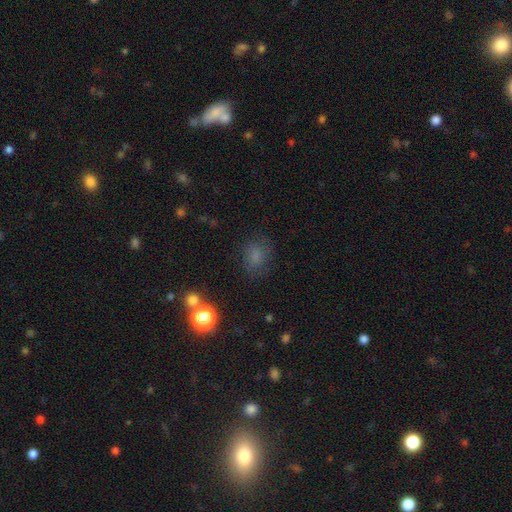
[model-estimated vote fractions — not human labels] The model was most divided on "how rounded": round: 52%, in between: 47%, cigar-shaped: 1%. More confident: merging — none (73%); smooth or featured — smooth (72%).